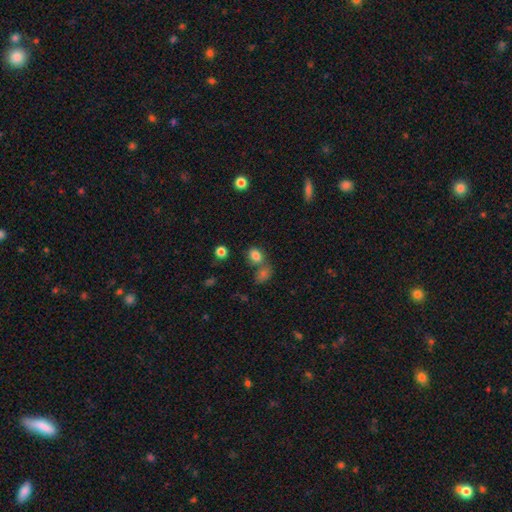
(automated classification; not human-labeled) The model was most divided on "merging": none: 52%, merger: 31%, minor disturbance: 12%, major disturbance: 5%. More confident: smooth or featured — smooth (80%); how rounded — in between (62%).